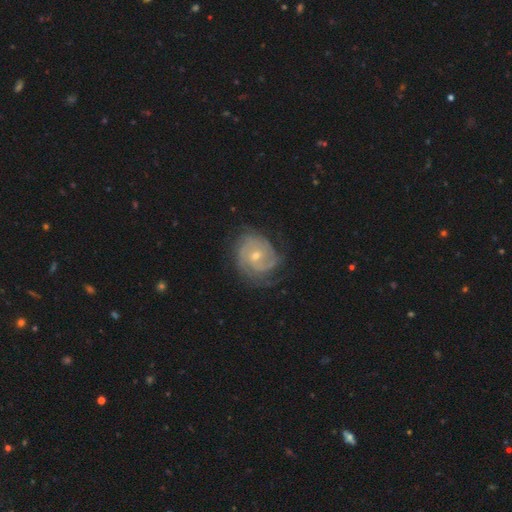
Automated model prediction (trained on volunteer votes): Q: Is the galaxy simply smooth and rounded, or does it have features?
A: featured or disk — 84%.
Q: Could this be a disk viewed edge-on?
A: no — 98%.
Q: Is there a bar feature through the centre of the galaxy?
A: no — 63%.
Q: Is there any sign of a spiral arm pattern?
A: yes — 95%.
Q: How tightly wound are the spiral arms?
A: tight — 66%.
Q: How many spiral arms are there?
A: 2 — 32%.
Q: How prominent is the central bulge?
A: small — 54%.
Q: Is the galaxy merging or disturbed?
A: none — 69%.